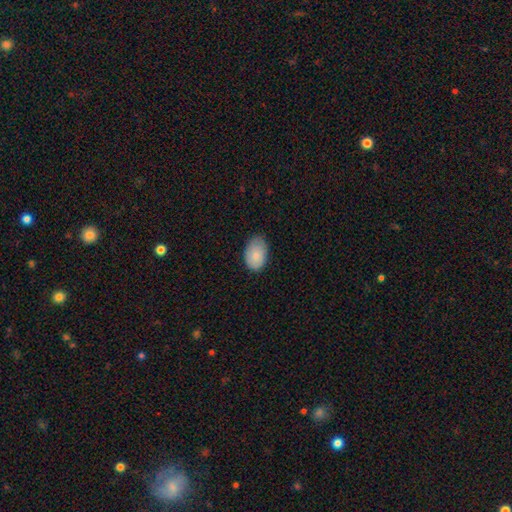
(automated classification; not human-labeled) smooth_or_featured: smooth (p=0.84) [alt: featured or disk p=0.10]
how_rounded: in between (p=0.89) [alt: round p=0.10]
merging: none (p=0.77) [alt: minor disturbance p=0.19]